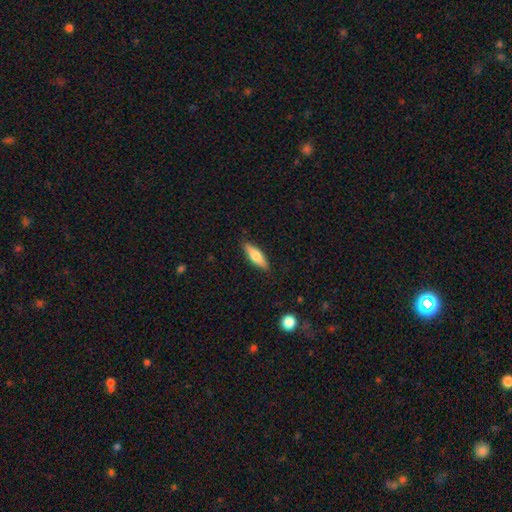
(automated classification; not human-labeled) Smooth or featured? Predicted: smooth (p=0.64). How rounded? Predicted: cigar-shaped (p=0.52). Merging? Predicted: none (p=0.87).